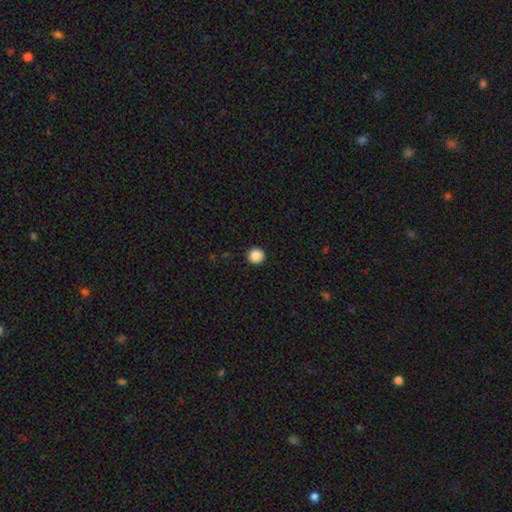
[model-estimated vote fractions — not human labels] Q: Smooth or featured?
A: smooth (88%); runner-up: star or artifact (9%)
Q: How rounded?
A: round (94%); runner-up: in between (5%)
Q: Merging?
A: none (92%); runner-up: minor disturbance (5%)